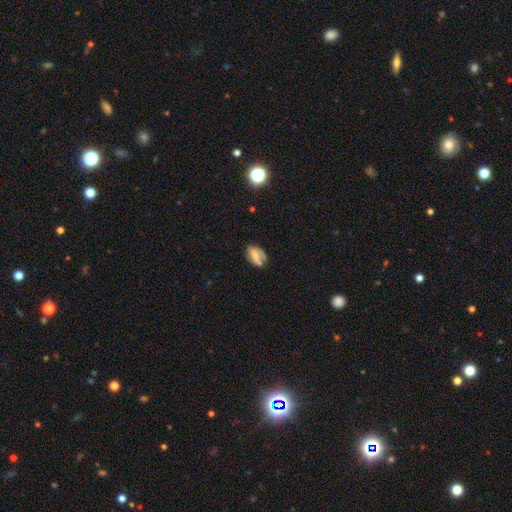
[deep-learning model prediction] A smooth galaxy with no disk features (49%). Merging: none (62%).